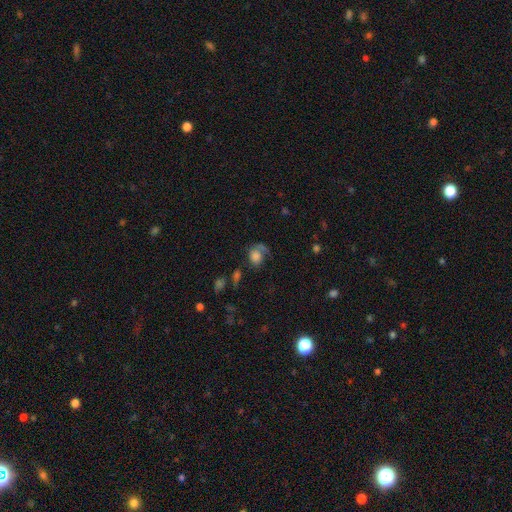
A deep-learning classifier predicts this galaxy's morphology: smooth 68%, featured or disk 19%, star or artifact 13%. Down the decision tree: how rounded — round (56%); merging — none (41%).